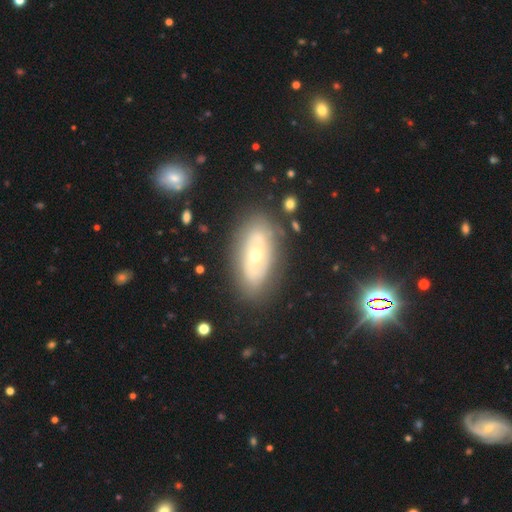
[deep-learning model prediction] A featured or disk galaxy (64%) with no bar (77%), no spiral arms (53%) and a moderate central bulge (57%). Merging: none (77%).